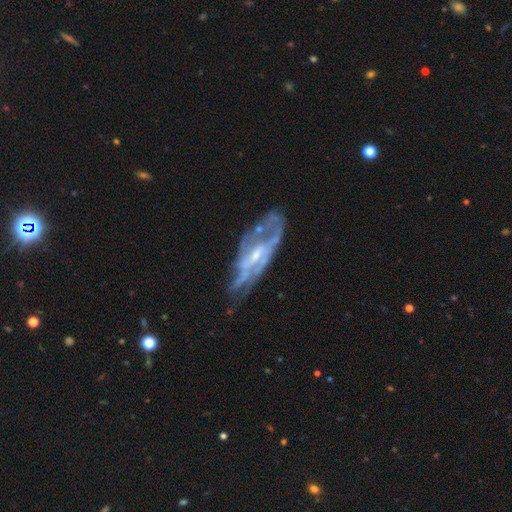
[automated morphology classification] Smooth or featured? featured or disk (80%)
Edge-on disk? no (84%)
Bar? weak (44%)
Spiral arms? yes (73%)
Bulge size? small (54%)
Merging? none (46%)